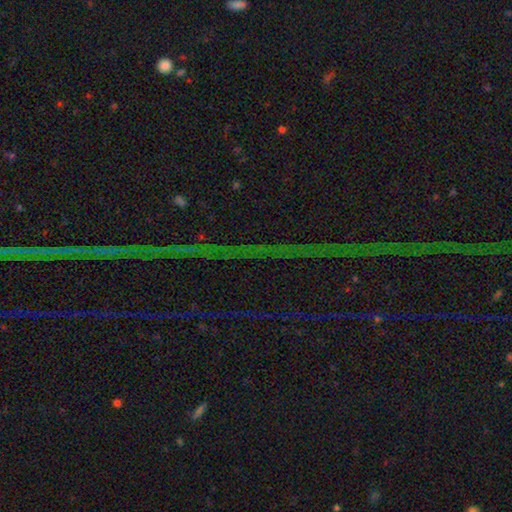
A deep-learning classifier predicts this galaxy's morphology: star or artifact 84%, featured or disk 9%, smooth 7%.